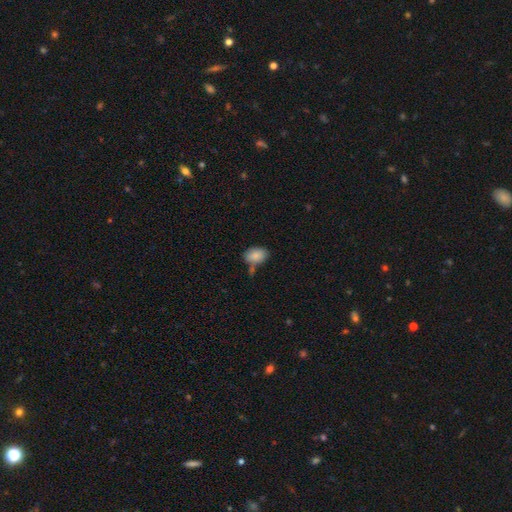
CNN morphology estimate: smooth 87%, star or artifact 7%, featured or disk 6%. Down the decision tree: how rounded — in between (87%); merging — none (64%).